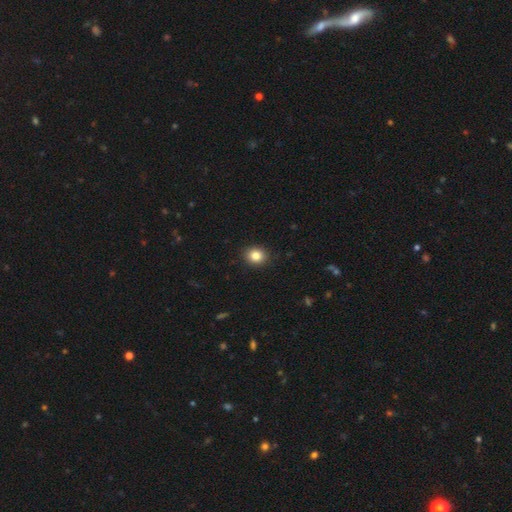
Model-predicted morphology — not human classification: Smooth or featured?
  - smooth: 84% *
  - star or artifact: 10%
  - featured or disk: 6%
How rounded?
  - round: 70% *
  - in between: 29%
  - cigar-shaped: 1%
Merging?
  - none: 91% *
  - minor disturbance: 7%
  - major disturbance: 2%
  - merger: 1%